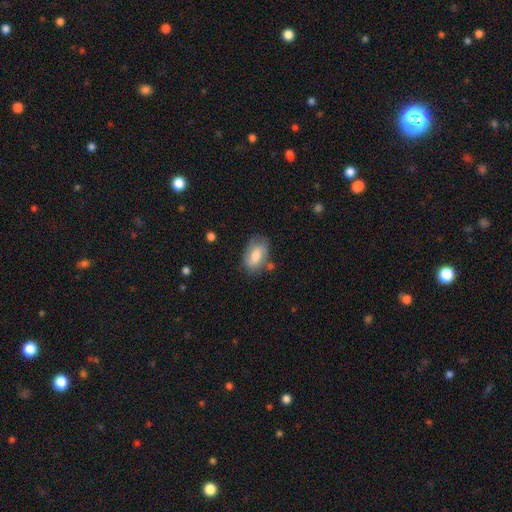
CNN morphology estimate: smooth 59%, featured or disk 33%, star or artifact 7%. Down the decision tree: how rounded — in between (89%); merging — none (64%).